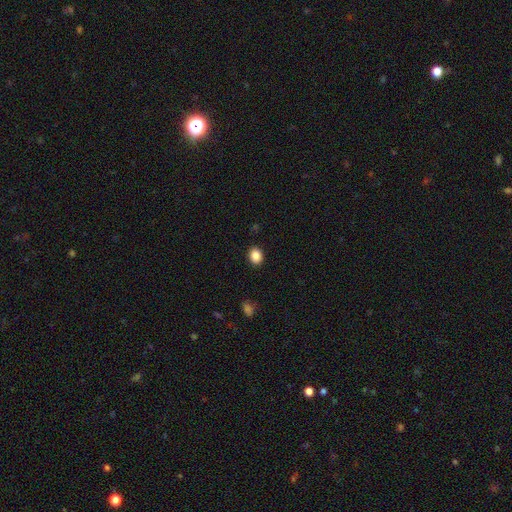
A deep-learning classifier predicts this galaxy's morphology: smooth 87%, star or artifact 9%, featured or disk 3%. Down the decision tree: how rounded — in between (52%); merging — none (90%).